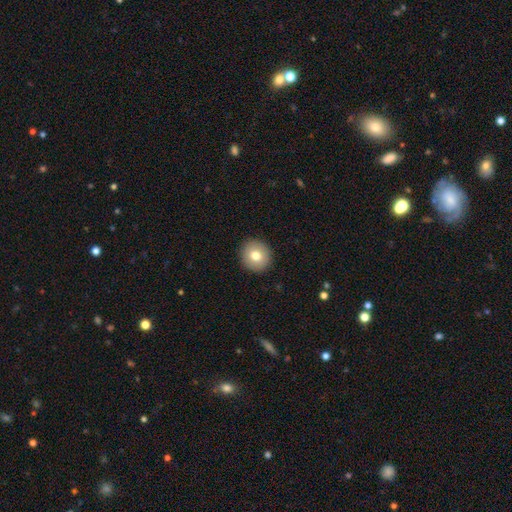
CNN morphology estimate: type=smooth (77%); roundness=round (93%); merging=none (92%).